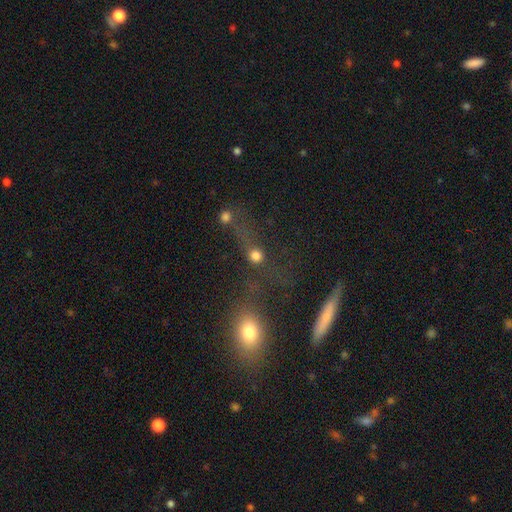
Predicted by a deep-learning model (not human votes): The model was most divided on "merging": none: 47%, merger: 24%, major disturbance: 16%, minor disturbance: 13%. More confident: how rounded — round (78%); smooth or featured — smooth (67%).